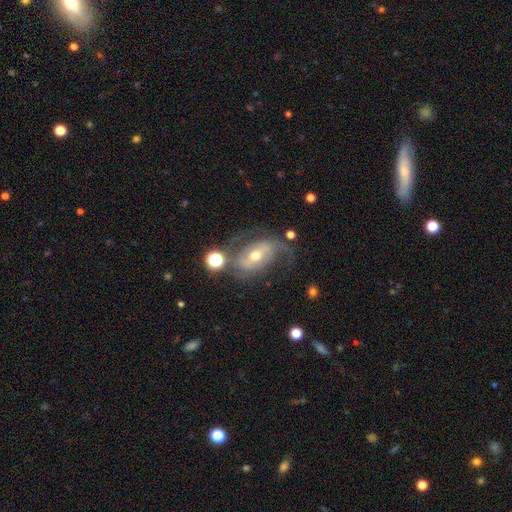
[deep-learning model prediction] A featured or disk galaxy (77%) with a weak bar (38%), 2 (74%) medium (42%) spiral arms (85%) and a moderate central bulge (65%). Merging: none (52%).